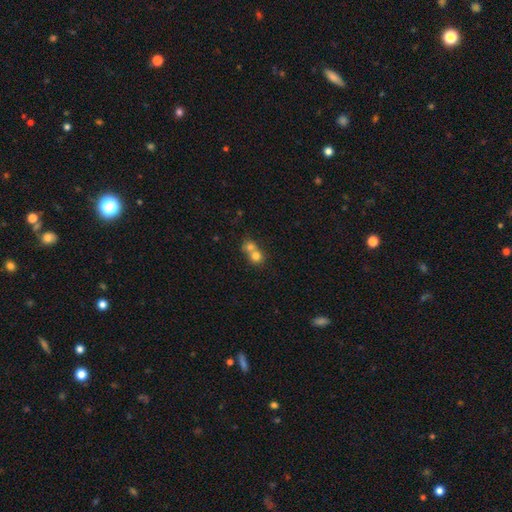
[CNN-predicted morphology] The model was most divided on "merging": merger: 65%, none: 28%, minor disturbance: 5%, major disturbance: 2%. More confident: how rounded — round (80%); smooth or featured — smooth (73%).